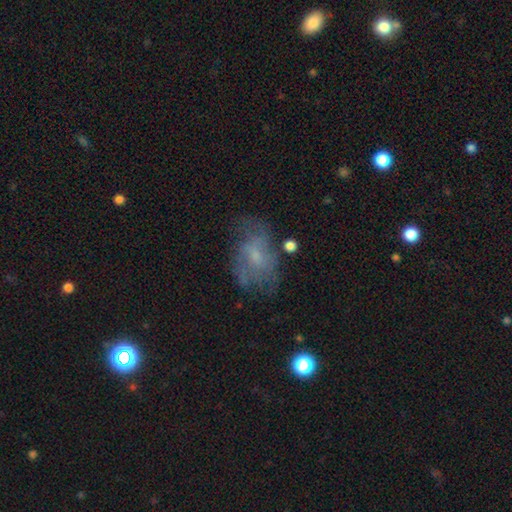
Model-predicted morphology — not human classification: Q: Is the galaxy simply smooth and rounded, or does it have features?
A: featured or disk — 52%.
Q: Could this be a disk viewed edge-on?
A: no — 96%.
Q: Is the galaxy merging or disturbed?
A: none — 52%.